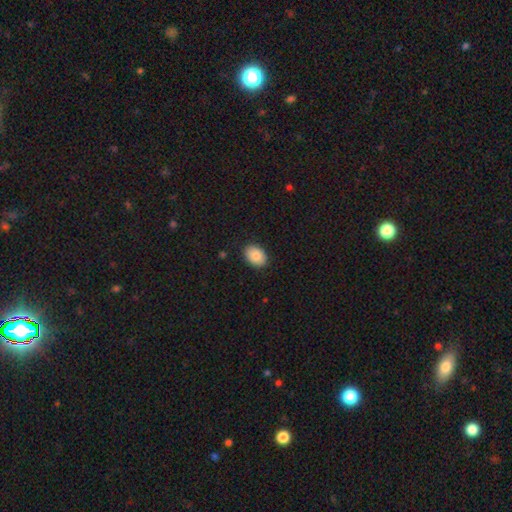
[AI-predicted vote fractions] This is clearly a smooth galaxy (88%). How rounded: likely in between (78%). Merging: clearly none (88%).